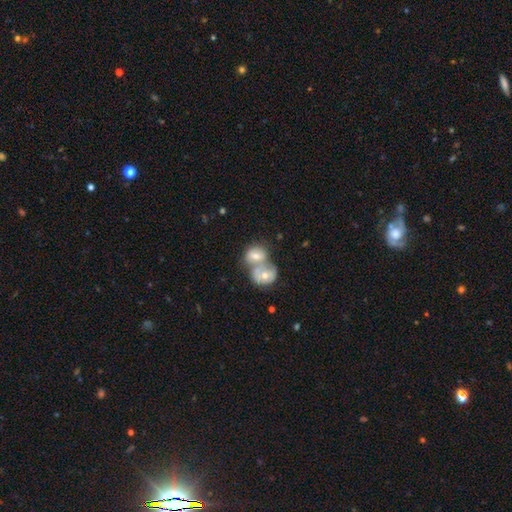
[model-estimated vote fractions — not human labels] Smooth or featured?
  - smooth: 63% *
  - featured or disk: 29%
  - star or artifact: 8%
How rounded?
  - in between: 56% *
  - round: 43%
  - cigar-shaped: 1%
Merging?
  - merger: 77% *
  - none: 14%
  - minor disturbance: 6%
  - major disturbance: 3%